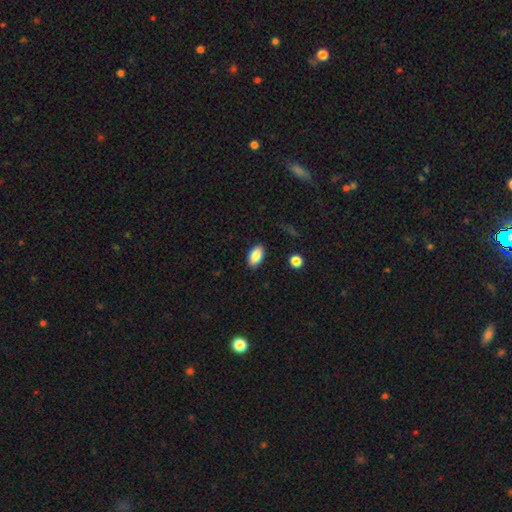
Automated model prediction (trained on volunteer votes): smooth-or-featured: smooth: 87% | star or artifact: 7% | featured or disk: 6%
  how-rounded: in between: 93% | round: 4% | cigar-shaped: 3%
  merging: none: 88% | minor disturbance: 9% | major disturbance: 2% | merger: 1%